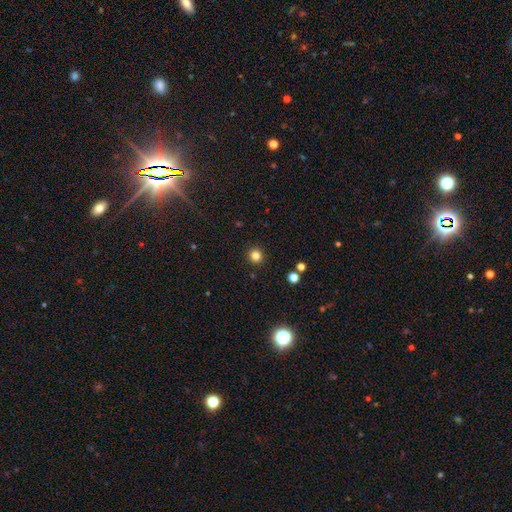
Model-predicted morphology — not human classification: Smooth or featured? smooth (82%)
How rounded? round (94%)
Merging? none (92%)